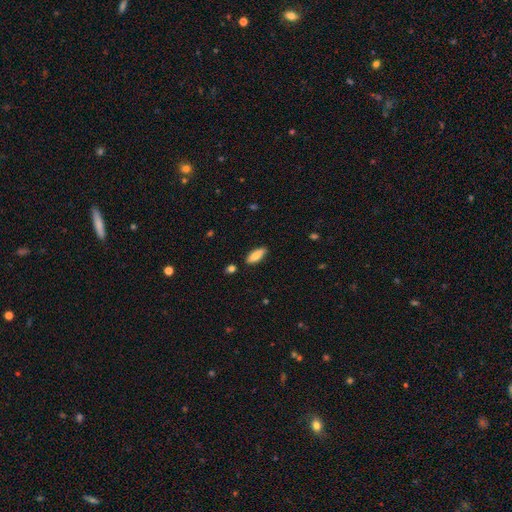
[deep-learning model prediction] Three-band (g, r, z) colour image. It shows a smooth galaxy with no disk features (82%) that is in between round and cigar-shaped (66%). Merging: none (85%).